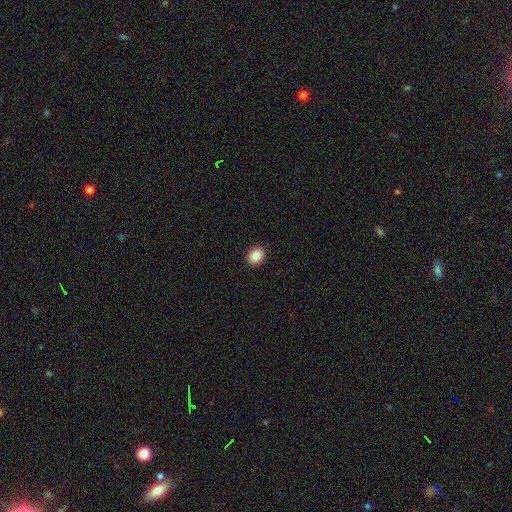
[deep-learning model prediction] Q: Smooth or featured?
A: smooth (87%); runner-up: star or artifact (9%)
Q: How rounded?
A: round (55%); runner-up: in between (44%)
Q: Merging?
A: none (89%); runner-up: minor disturbance (8%)